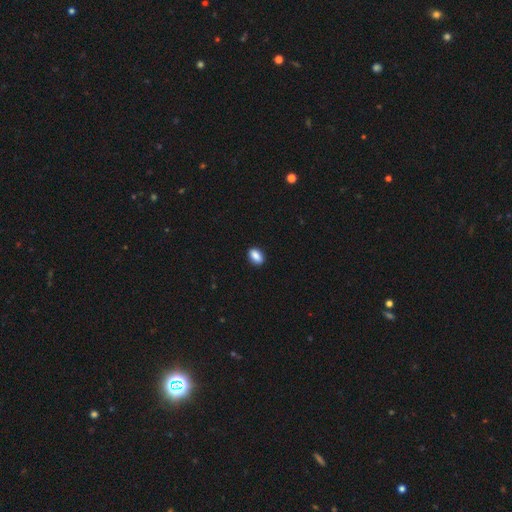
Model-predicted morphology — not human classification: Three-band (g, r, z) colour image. It shows a smooth galaxy with no disk features (88%) that is in between round and cigar-shaped (88%). Merging: none (89%).